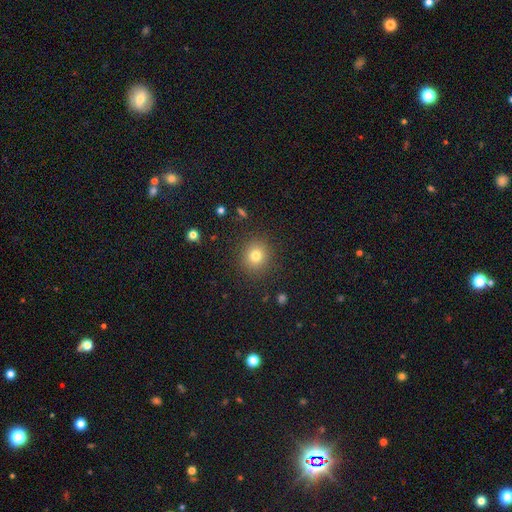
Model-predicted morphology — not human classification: Smooth or featured: smooth — 78% (star or artifact — 13%)
How rounded: round — 87% (in between — 12%)
Merging: none — 89% (minor disturbance — 7%)